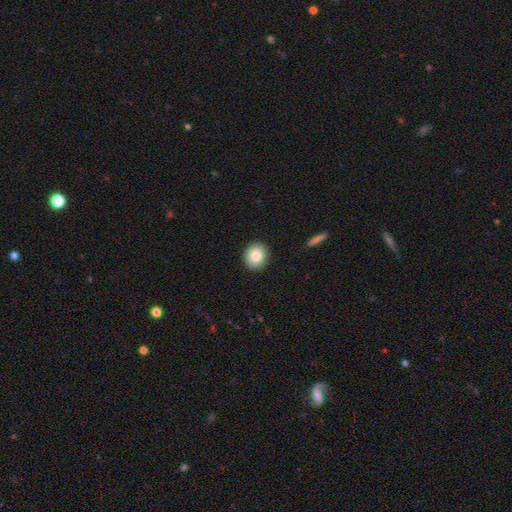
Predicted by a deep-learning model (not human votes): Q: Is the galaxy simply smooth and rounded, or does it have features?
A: smooth — 84%.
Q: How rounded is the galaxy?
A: round — 77%.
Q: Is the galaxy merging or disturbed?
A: none — 91%.